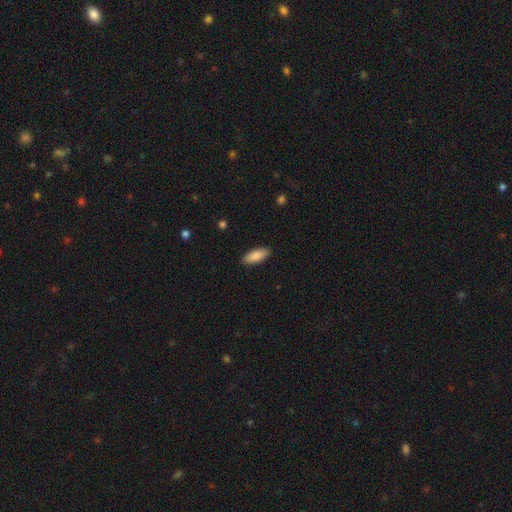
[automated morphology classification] Overall: smooth (87%). How rounded: in between (73%). Merging: none (90%).